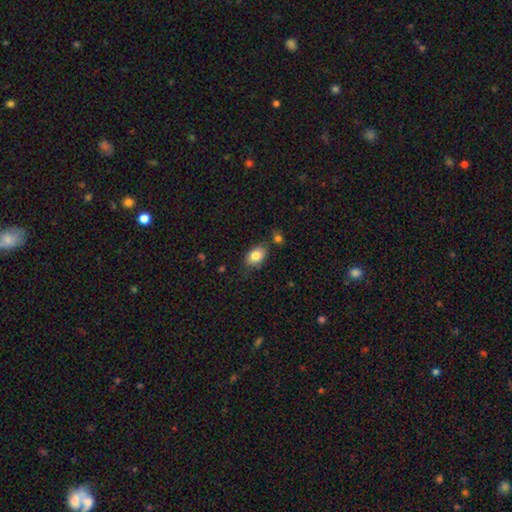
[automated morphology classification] Overall: smooth (83%). How rounded: in between (84%). Merging: none (73%).